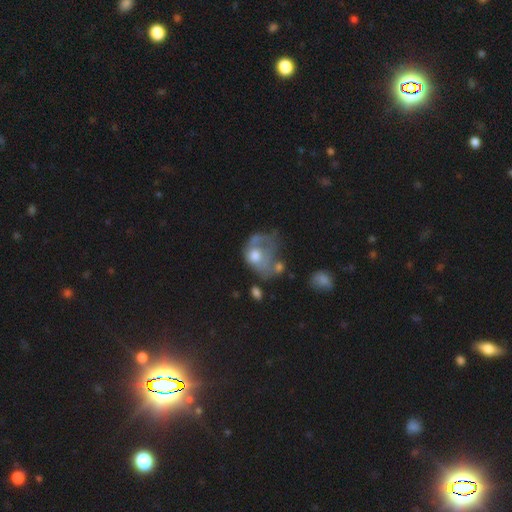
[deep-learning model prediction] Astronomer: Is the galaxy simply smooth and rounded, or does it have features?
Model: featured or disk — 47% (runner-up: smooth, 43%).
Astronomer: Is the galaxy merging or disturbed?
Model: major disturbance — 46%.